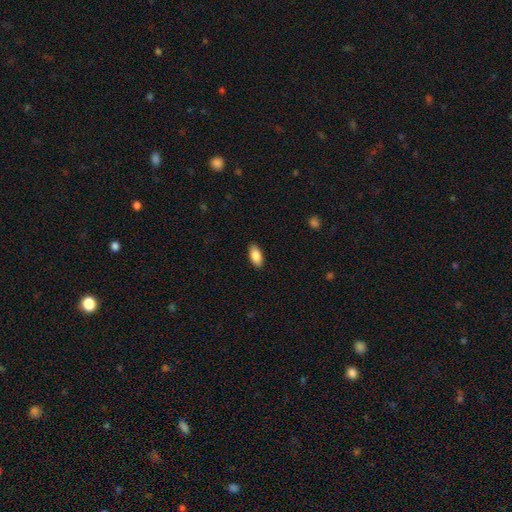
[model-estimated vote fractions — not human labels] A smooth galaxy with no disk features (88%) that is in between round and cigar-shaped (90%).

Vote fractions:
- Smooth or featured? smooth: 88% / star or artifact: 6% / featured or disk: 5%
- How rounded? in between: 90% / cigar-shaped: 8% / round: 2%
- Merging? none: 88% / minor disturbance: 9% / major disturbance: 2% / merger: 1%